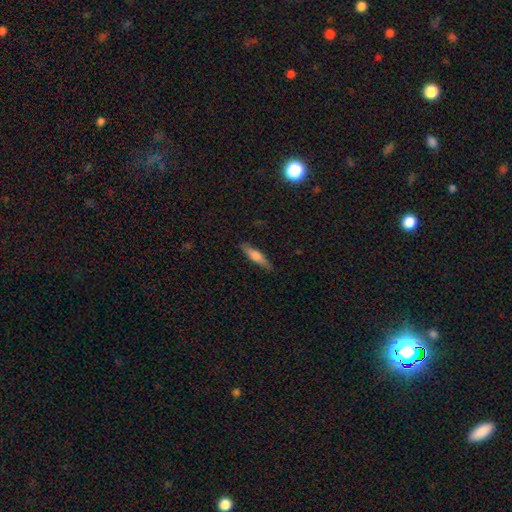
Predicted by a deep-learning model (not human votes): This appears to be a smooth galaxy with no disk features (61%) that is cigar-shaped (80%). Merging: none (87%).